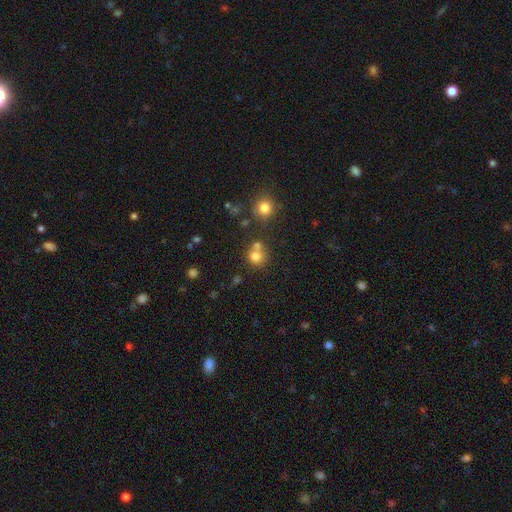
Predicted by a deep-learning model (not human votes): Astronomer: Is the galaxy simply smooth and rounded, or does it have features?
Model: smooth — 77%.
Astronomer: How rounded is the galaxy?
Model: round — 87%.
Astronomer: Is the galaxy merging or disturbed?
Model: none — 57%.